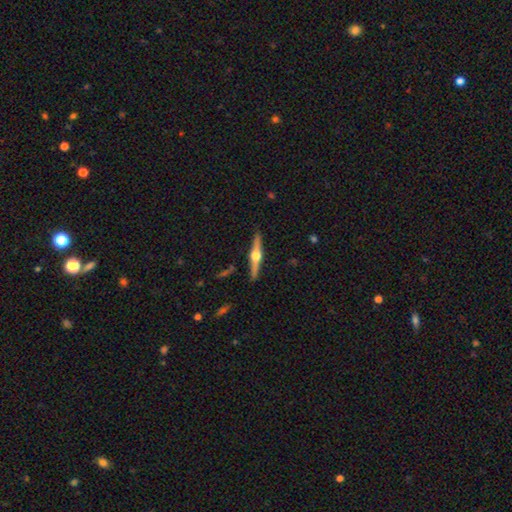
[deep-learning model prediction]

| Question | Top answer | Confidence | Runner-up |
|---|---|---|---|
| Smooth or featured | featured or disk | 79% | smooth (16%) |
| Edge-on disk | yes | 98% | no (2%) |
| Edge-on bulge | rounded | 96% | boxy (3%) |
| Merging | none | 91% | minor disturbance (6%) |